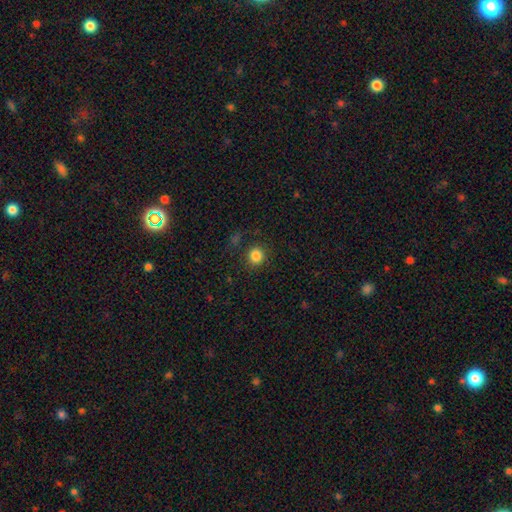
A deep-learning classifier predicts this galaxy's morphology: A smooth galaxy with no disk features (84%) that is round (90%).

Vote fractions:
- Smooth or featured? smooth: 84% / star or artifact: 11% / featured or disk: 4%
- How rounded? round: 90% / in between: 9% / cigar-shaped: 1%
- Merging? none: 88% / minor disturbance: 7% / major disturbance: 3% / merger: 2%